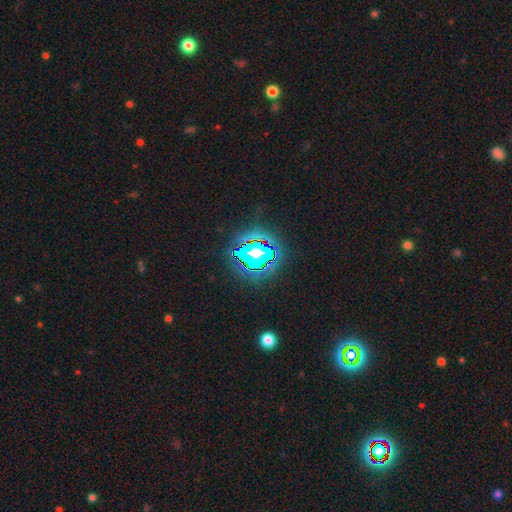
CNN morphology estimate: Q: Smooth or featured?
A: star or artifact (80%); runner-up: smooth (11%)